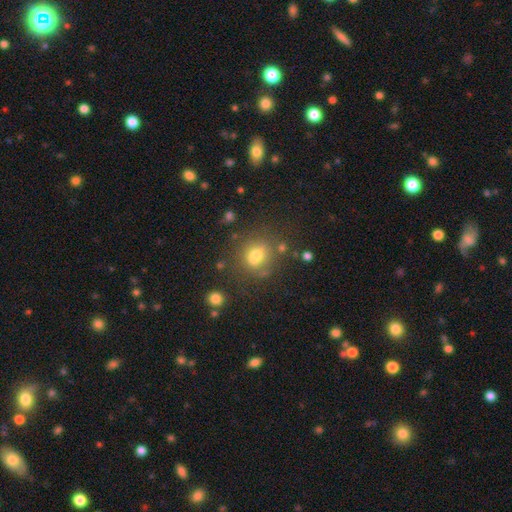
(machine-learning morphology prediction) Overall: smooth (69%). How rounded: round (71%). Merging: none (64%).